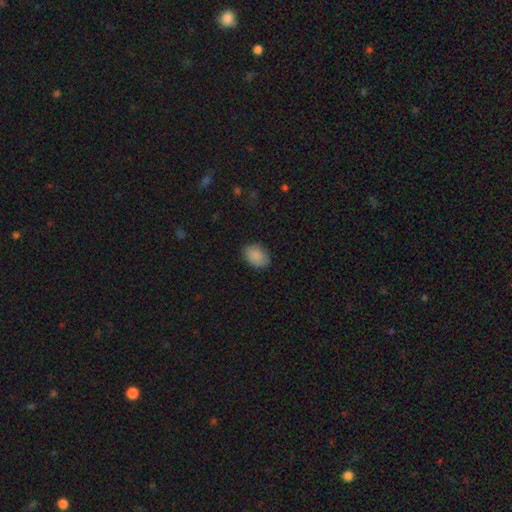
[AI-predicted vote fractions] Smooth or featured?
  - smooth: 88% *
  - star or artifact: 7%
  - featured or disk: 5%
How rounded?
  - in between: 77% *
  - round: 22%
  - cigar-shaped: 1%
Merging?
  - none: 83% *
  - minor disturbance: 13%
  - major disturbance: 3%
  - merger: 1%